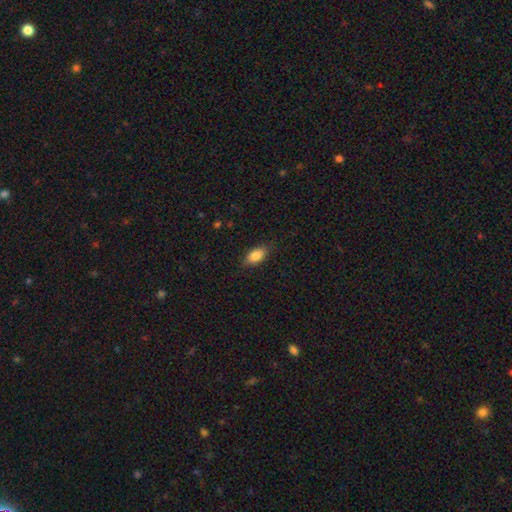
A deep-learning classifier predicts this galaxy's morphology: Overall: smooth (85%). How rounded: in between (88%). Merging: none (83%).